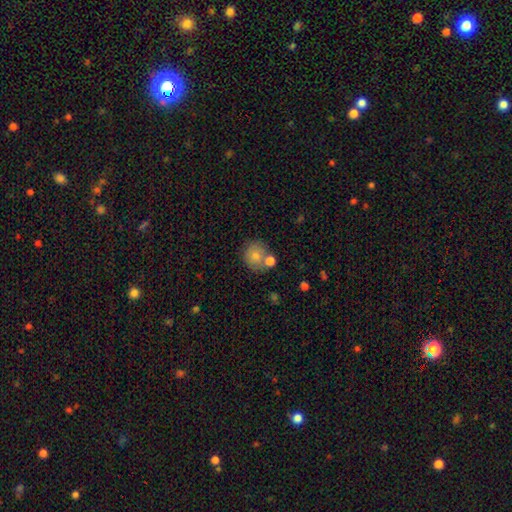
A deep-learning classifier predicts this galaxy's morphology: smooth-or-featured: smooth: 78% | featured or disk: 13% | star or artifact: 9%
  how-rounded: round: 84% | in between: 15% | cigar-shaped: 1%
  merging: none: 60% | merger: 23% | minor disturbance: 12% | major disturbance: 4%